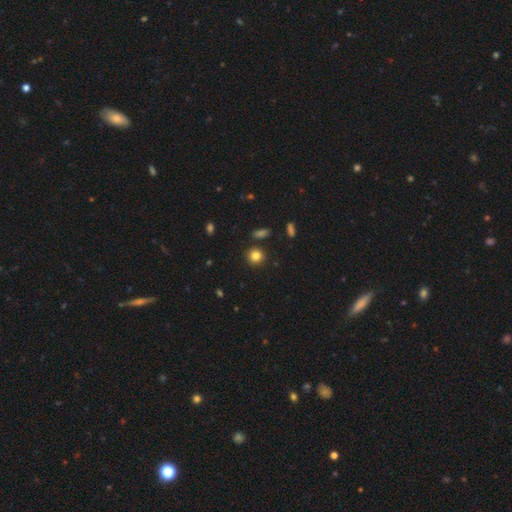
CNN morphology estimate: Smooth or featured? Predicted: smooth (p=0.83). How rounded? Predicted: round (p=0.87). Merging? Predicted: none (p=0.88).